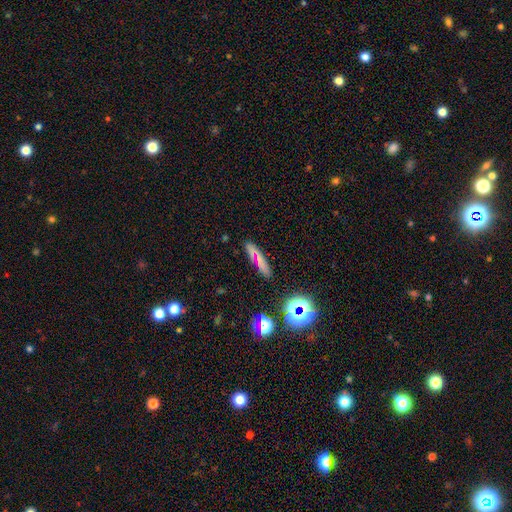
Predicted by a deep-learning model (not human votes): Morphology: type=smooth (61%); roundness=cigar-shaped (78%); merging=none (78%).